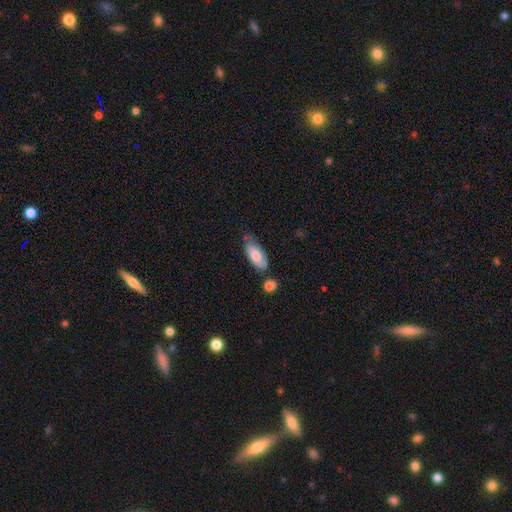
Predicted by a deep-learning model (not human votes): Smooth or featured?
  - smooth: 69% *
  - featured or disk: 25%
  - star or artifact: 6%
How rounded?
  - in between: 83% *
  - cigar-shaped: 15%
  - round: 2%
Merging?
  - none: 55% *
  - minor disturbance: 30%
  - merger: 9%
  - major disturbance: 7%